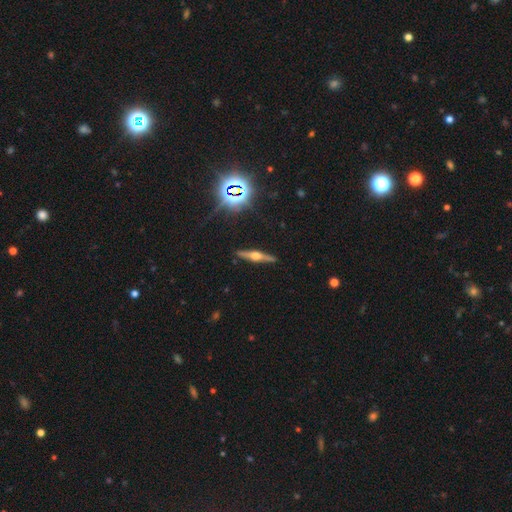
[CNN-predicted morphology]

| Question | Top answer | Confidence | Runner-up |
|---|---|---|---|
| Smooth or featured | featured or disk | 73% | smooth (17%) |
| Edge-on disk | yes | 97% | no (3%) |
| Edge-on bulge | rounded | 93% | boxy (5%) |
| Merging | none | 89% | minor disturbance (8%) |